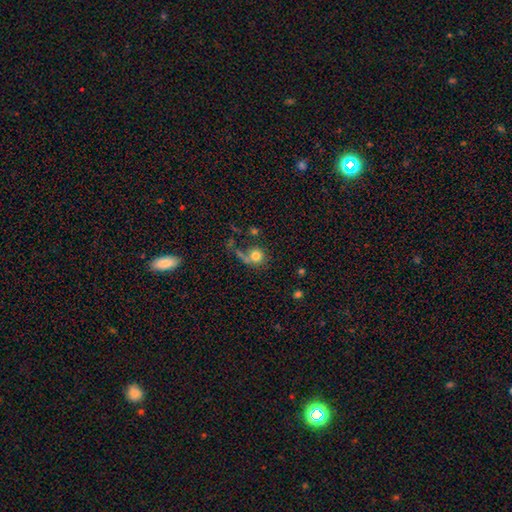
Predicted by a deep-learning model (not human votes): Morphology: type=smooth (77%); roundness=round (89%); merging=none (49%).